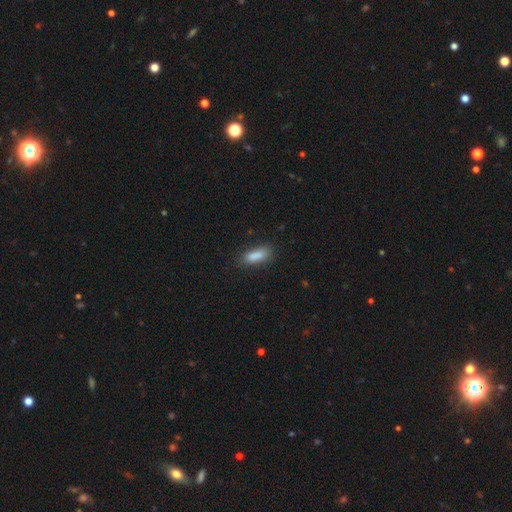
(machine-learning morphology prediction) Smooth or featured? Predicted: smooth (p=0.83). How rounded? Predicted: in between (p=0.62). Merging? Predicted: none (p=0.70).